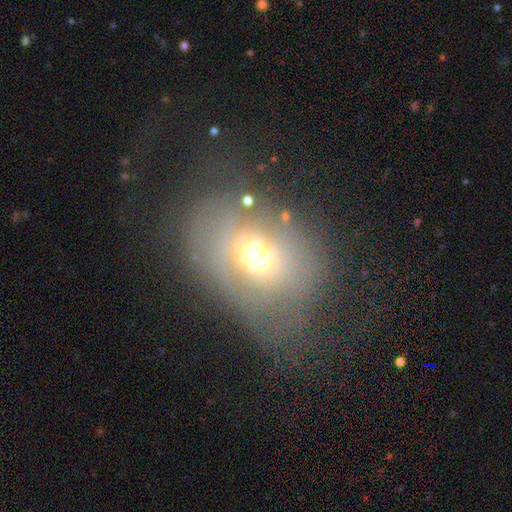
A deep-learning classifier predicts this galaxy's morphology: Q: Smooth or featured?
A: smooth (49%); runner-up: featured or disk (38%)
Q: Merging?
A: none (39%); runner-up: minor disturbance (29%)